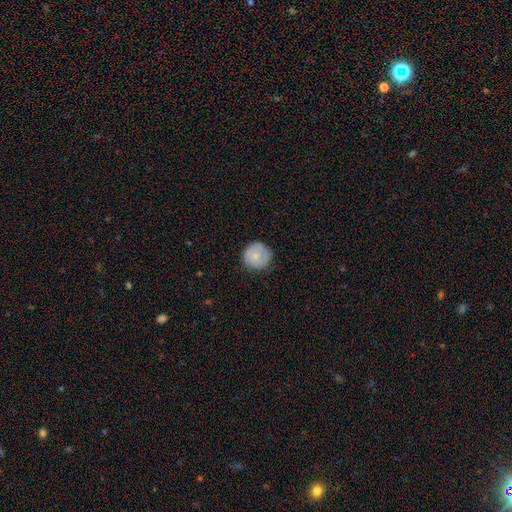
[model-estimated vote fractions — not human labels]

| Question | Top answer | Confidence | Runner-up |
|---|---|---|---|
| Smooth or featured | smooth | 72% | featured or disk (21%) |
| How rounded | round | 94% | in between (5%) |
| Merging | none | 80% | minor disturbance (16%) |